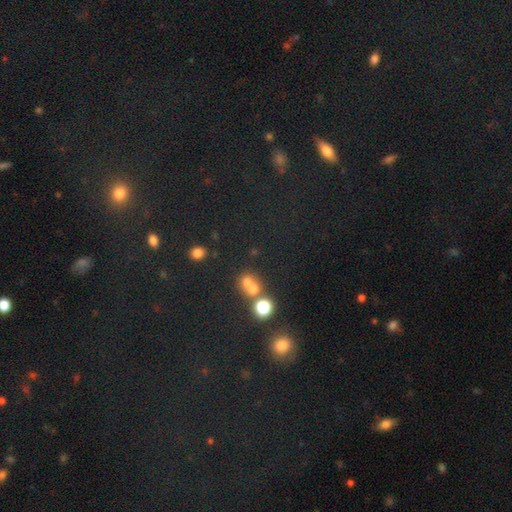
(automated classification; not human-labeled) Morphology: type=star or artifact (62%).